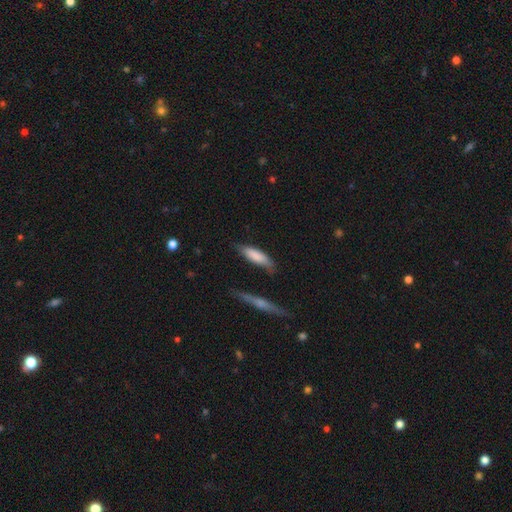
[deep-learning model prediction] Smooth or featured? smooth (80%)
How rounded? cigar-shaped (53%)
Merging? none (67%)